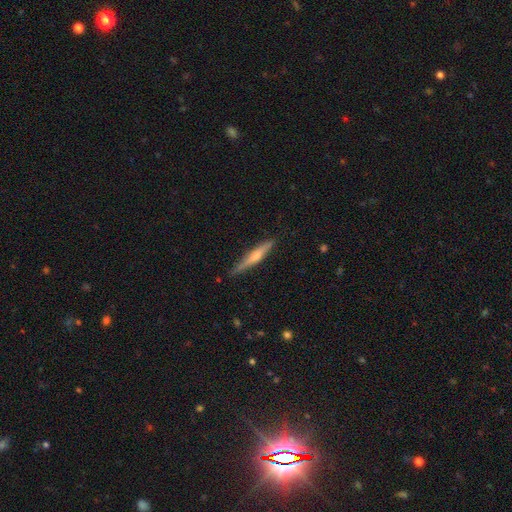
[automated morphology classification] smooth-or-featured: featured or disk: 60% | smooth: 34% | star or artifact: 6%
  disk-edge-on: yes: 97% | no: 3%
    edge-on-bulge: rounded: 80% | none: 13% | boxy: 8%
  merging: none: 84% | minor disturbance: 13% | major disturbance: 2% | merger: 1%